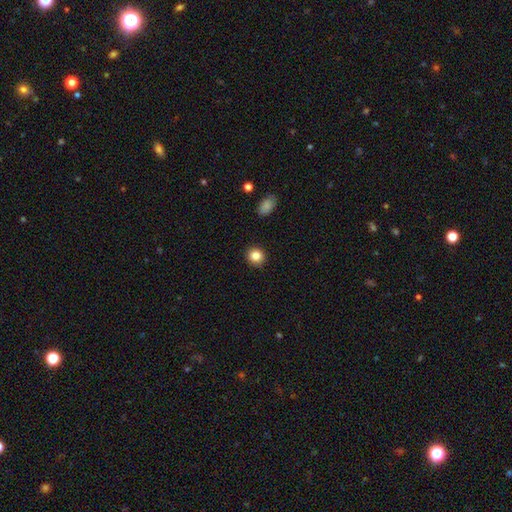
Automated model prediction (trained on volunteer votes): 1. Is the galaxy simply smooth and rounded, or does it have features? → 85% smooth, 10% star or artifact, 5% featured or disk.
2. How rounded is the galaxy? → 87% round, 12% in between, 1% cigar-shaped.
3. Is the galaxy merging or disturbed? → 91% none, 6% minor disturbance, 2% major disturbance, 1% merger.